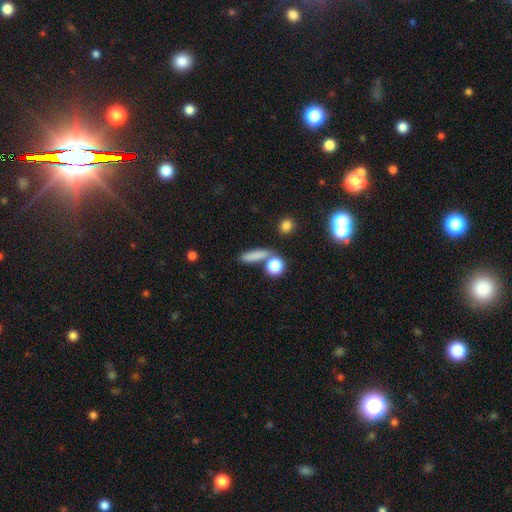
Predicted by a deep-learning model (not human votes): smooth 79%, star or artifact 11%, featured or disk 10%. Down the decision tree: how rounded — cigar-shaped (56%); merging — none (69%).